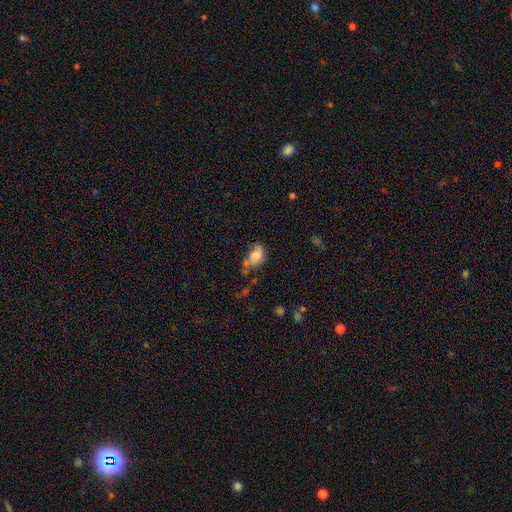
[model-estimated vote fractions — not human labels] smooth_or_featured: smooth (p=0.71) [alt: featured or disk p=0.19]
how_rounded: in between (p=0.83) [alt: round p=0.14]
merging: none (p=0.36) [alt: minor disturbance p=0.32]